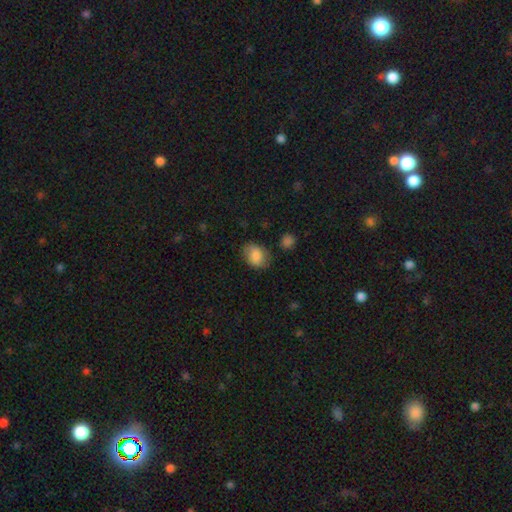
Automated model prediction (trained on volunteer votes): A smooth galaxy with no disk features (83%) that is in between round and cigar-shaped (71%). Merging: none (76%).